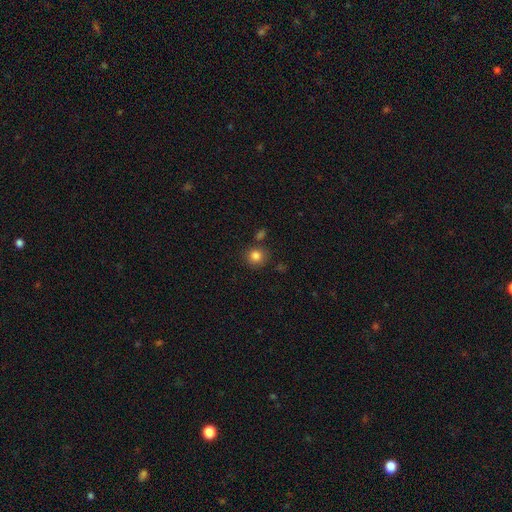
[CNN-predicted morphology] smooth 83%, star or artifact 11%, featured or disk 5%. Down the decision tree: how rounded — round (90%); merging — none (81%).